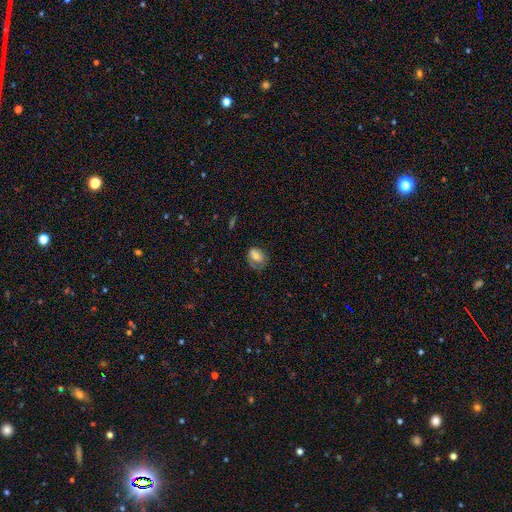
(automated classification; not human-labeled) Smooth or featured: smooth — 63% (featured or disk — 28%)
How rounded: in between — 63% (round — 36%)
Merging: none — 53% (minor disturbance — 28%)